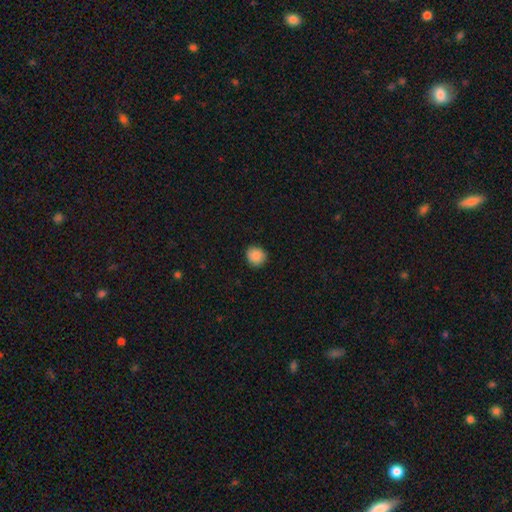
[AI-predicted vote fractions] This is clearly a smooth galaxy (88%). How rounded: clearly round (89%). Merging: clearly none (89%).